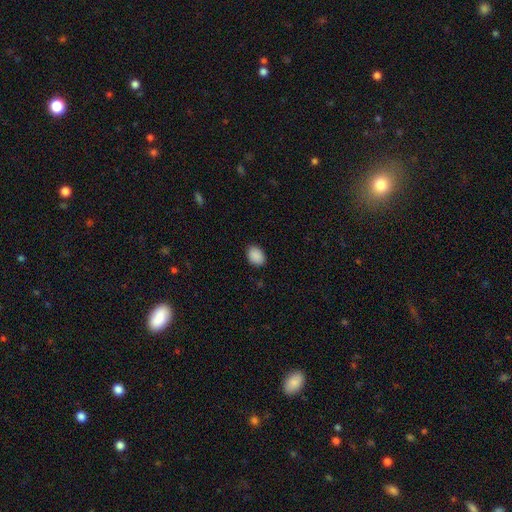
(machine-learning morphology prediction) smooth 90%, star or artifact 8%, featured or disk 3%. Down the decision tree: how rounded — in between (75%); merging — none (87%).